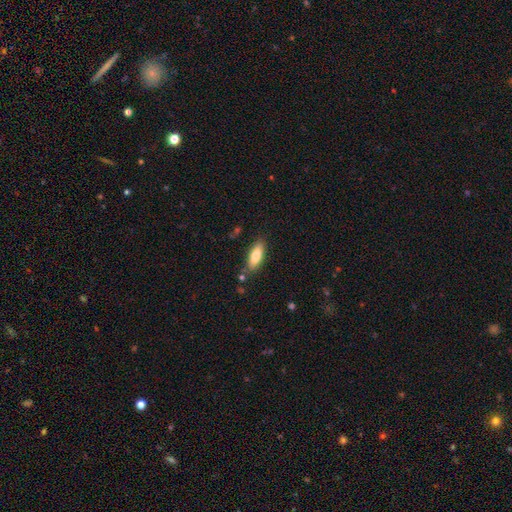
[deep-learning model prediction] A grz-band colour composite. It shows a smooth galaxy with no disk features (77%) that is in between round and cigar-shaped (65%). Merging: none (80%).